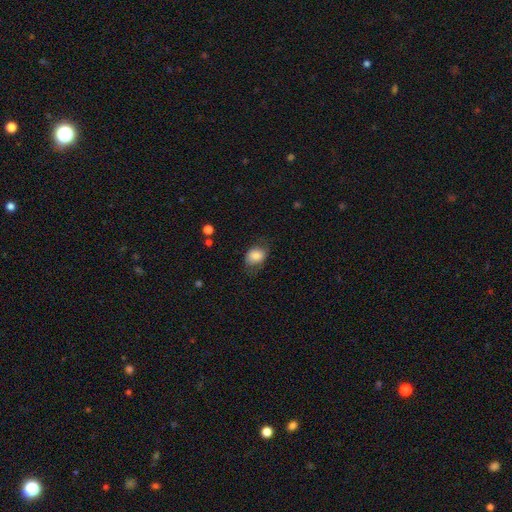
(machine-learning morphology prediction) smooth 80%, featured or disk 12%, star or artifact 8%. Down the decision tree: how rounded — in between (64%); merging — none (62%).